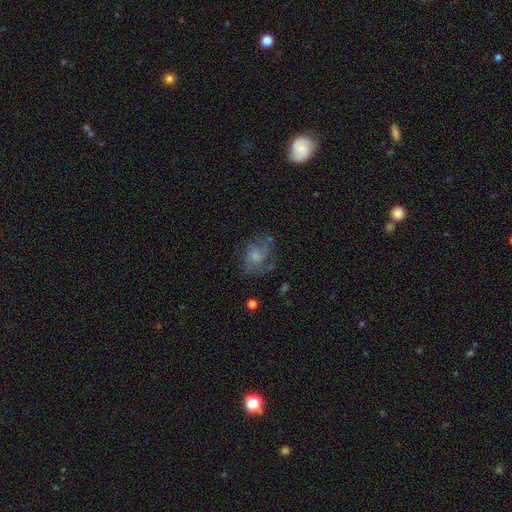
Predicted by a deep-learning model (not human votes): Smooth or featured? Predicted: smooth (p=0.49). Merging? Predicted: none (p=0.51).